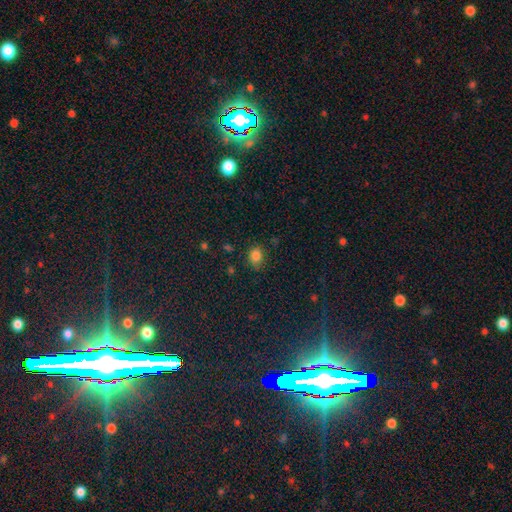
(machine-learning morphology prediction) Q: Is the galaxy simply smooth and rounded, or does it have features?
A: smooth — 83%.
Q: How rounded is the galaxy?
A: round — 52%.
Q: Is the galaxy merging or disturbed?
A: none — 75%.